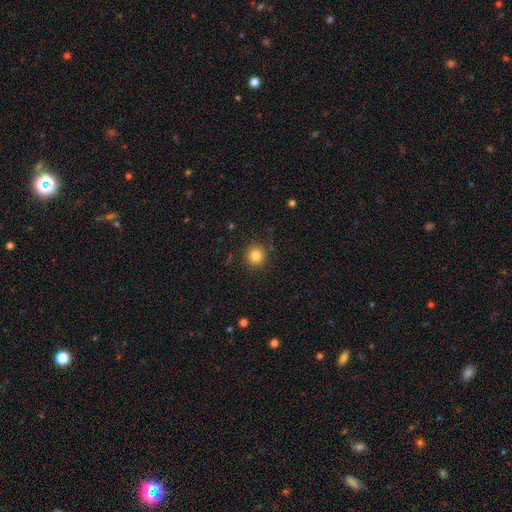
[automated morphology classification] Smooth or featured?
  - smooth: 82% *
  - star or artifact: 11%
  - featured or disk: 6%
How rounded?
  - round: 92% *
  - in between: 7%
  - cigar-shaped: 1%
Merging?
  - none: 88% *
  - minor disturbance: 8%
  - major disturbance: 2%
  - merger: 1%